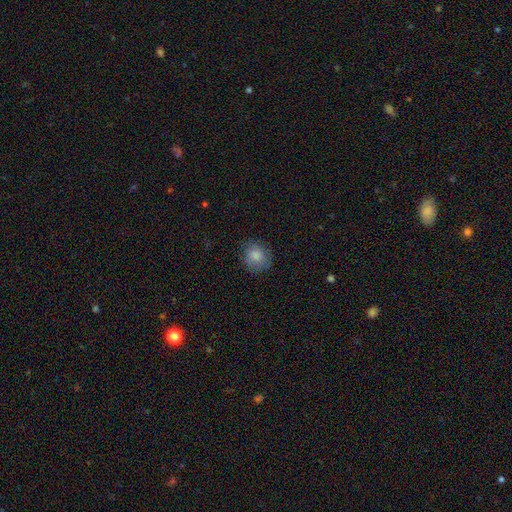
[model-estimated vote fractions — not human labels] A smooth galaxy with no disk features (83%) that is round (75%).

Vote fractions:
- Smooth or featured? smooth: 83% / star or artifact: 9% / featured or disk: 9%
- How rounded? round: 75% / in between: 24% / cigar-shaped: 1%
- Merging? none: 79% / minor disturbance: 16% / major disturbance: 4% / merger: 1%